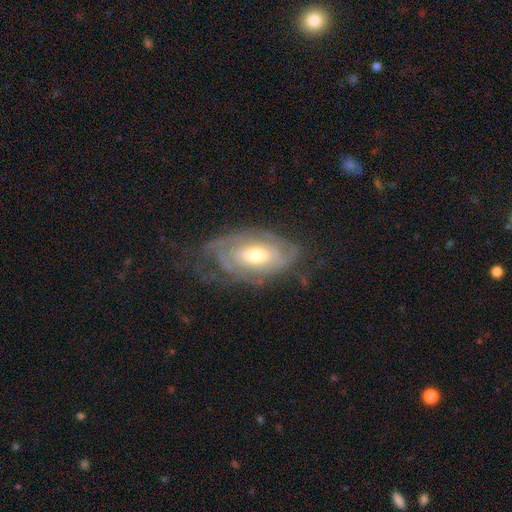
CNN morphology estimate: featured or disk 79%, smooth 16%, star or artifact 6%. Down the decision tree: edge-on disk — no (93%); bar — no (58%); spiral arms — yes (85%); spiral arm count — can't tell (50%); spiral winding — tight (66%); bulge size — moderate (63%); merging — none (60%).